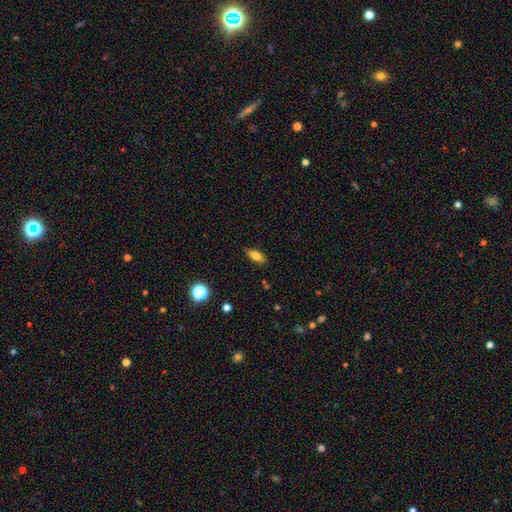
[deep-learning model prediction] smooth-or-featured: smooth: 79% | featured or disk: 11% | star or artifact: 9%
  how-rounded: in between: 78% | cigar-shaped: 18% | round: 4%
  merging: none: 82% | minor disturbance: 14% | major disturbance: 3% | merger: 1%